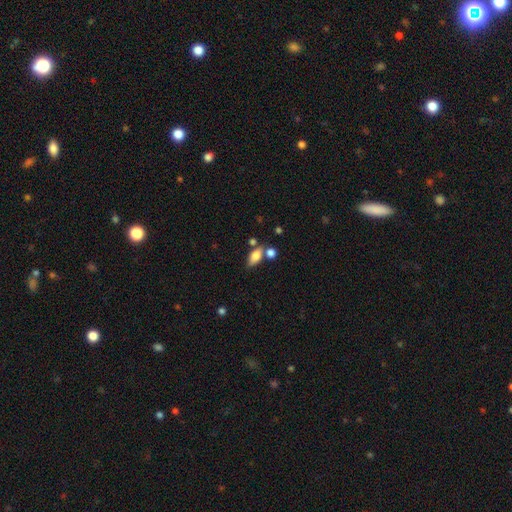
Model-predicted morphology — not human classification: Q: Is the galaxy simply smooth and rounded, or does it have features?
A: smooth — 76%.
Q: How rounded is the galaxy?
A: in between — 82%.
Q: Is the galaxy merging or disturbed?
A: none — 60%.